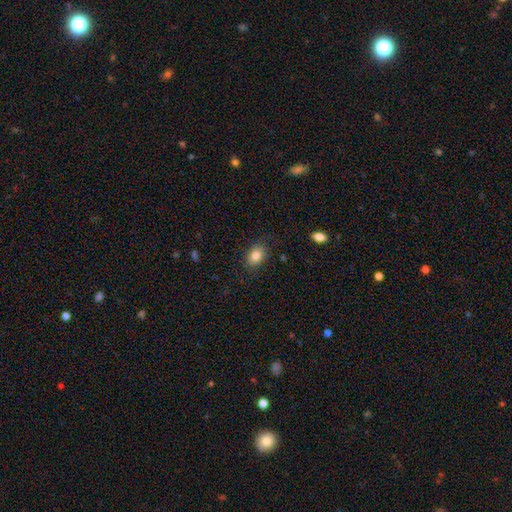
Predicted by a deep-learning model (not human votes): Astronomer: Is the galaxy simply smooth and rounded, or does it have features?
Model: smooth — 84%.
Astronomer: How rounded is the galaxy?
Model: in between — 79%.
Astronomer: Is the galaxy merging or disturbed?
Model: none — 82%.